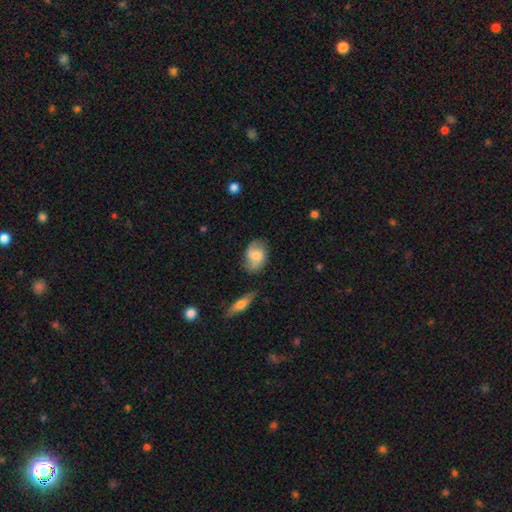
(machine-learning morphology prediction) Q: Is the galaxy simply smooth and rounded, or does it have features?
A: smooth — 55%.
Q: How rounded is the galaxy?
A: in between — 71%.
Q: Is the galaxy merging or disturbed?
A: none — 65%.